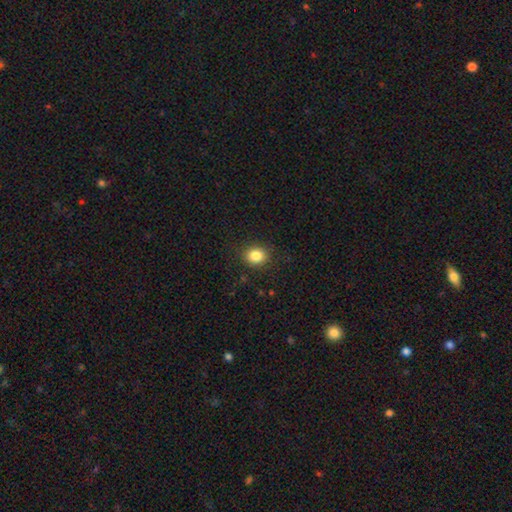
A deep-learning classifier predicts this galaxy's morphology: Overall: smooth (84%). How rounded: round (66%; in between 33%). Merging: none (88%).